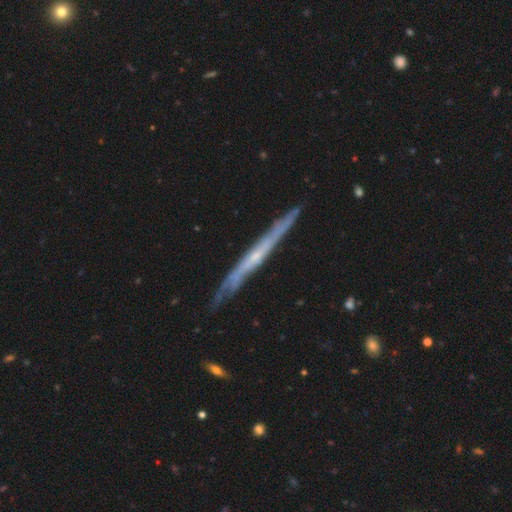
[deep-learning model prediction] The model was most divided on "edge-on bulge": none: 60%, rounded: 36%, boxy: 4%. More confident: edge-on disk — yes (92%); merging — none (82%); smooth or featured — featured or disk (76%).